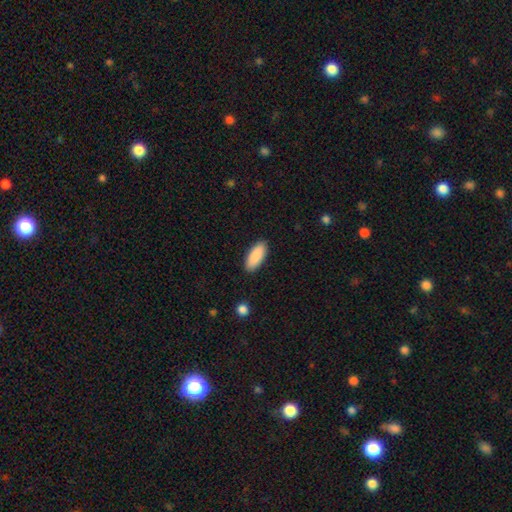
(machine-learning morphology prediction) smooth_or_featured: smooth (p=0.90) [alt: star or artifact p=0.06]
how_rounded: in between (p=0.81) [alt: cigar-shaped p=0.18]
merging: none (p=0.89) [alt: minor disturbance p=0.08]